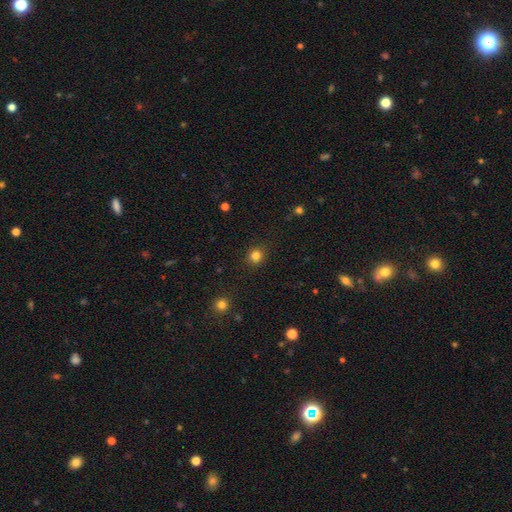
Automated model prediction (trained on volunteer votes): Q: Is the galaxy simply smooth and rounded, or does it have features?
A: smooth — 83%.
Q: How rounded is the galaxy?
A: round — 86%.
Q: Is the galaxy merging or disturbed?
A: none — 89%.